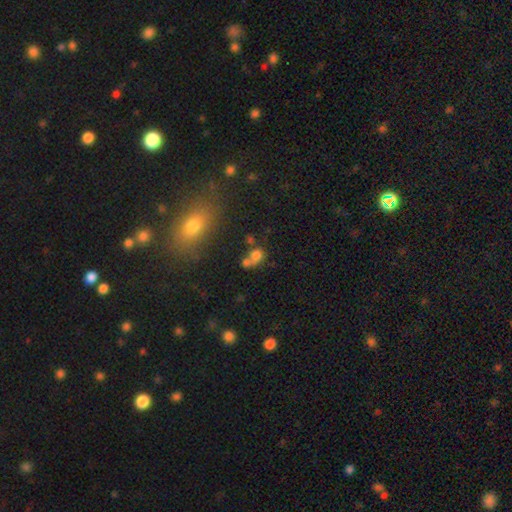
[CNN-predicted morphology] smooth_or_featured: smooth (p=0.72) [alt: star or artifact p=0.14]
how_rounded: round (p=0.58) [alt: in between p=0.40]
merging: merger (p=0.52) [alt: none p=0.30]